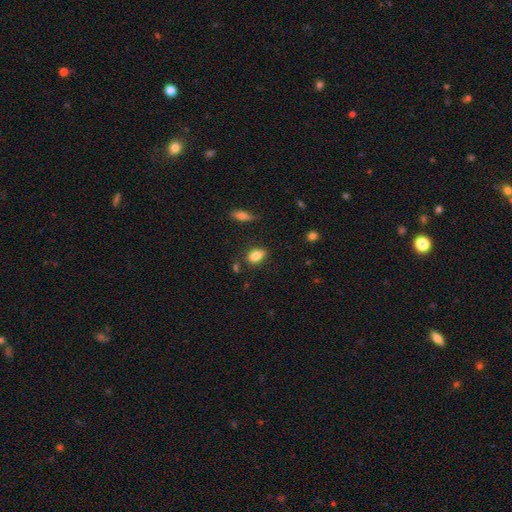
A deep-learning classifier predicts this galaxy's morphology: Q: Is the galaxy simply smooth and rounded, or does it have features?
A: smooth — 84%.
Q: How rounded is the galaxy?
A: in between — 85%.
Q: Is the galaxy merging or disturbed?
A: none — 78%.